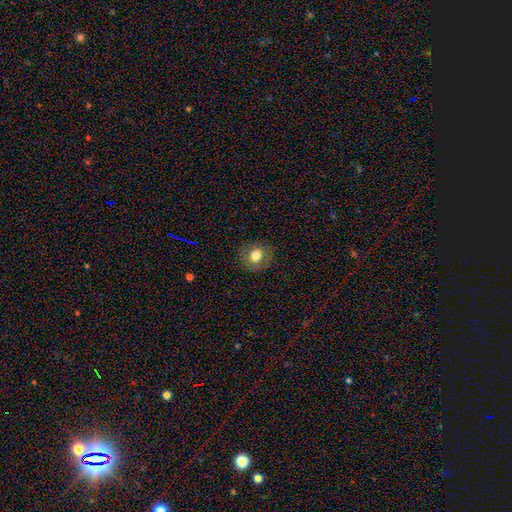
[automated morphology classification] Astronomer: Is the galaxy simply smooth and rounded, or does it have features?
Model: smooth — 69%.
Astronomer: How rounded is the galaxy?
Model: round — 83%.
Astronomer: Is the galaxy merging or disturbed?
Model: none — 85%.